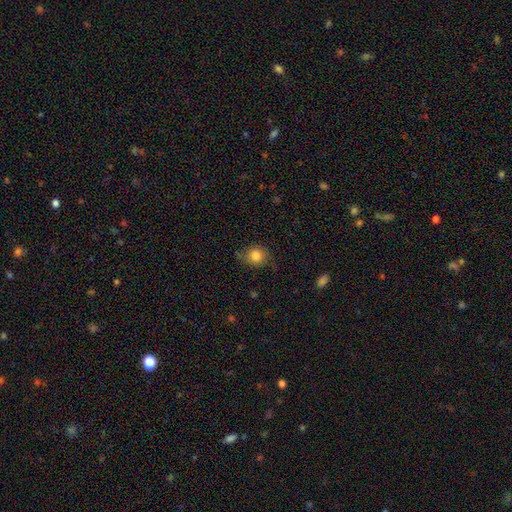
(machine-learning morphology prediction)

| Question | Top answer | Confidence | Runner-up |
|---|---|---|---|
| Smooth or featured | smooth | 79% | featured or disk (11%) |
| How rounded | round | 73% | in between (26%) |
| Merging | none | 69% | minor disturbance (23%) |